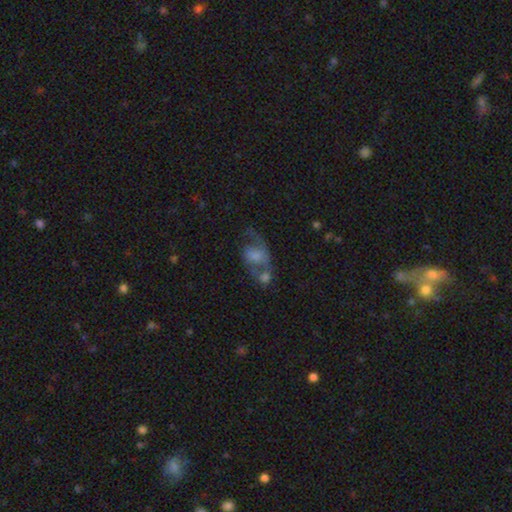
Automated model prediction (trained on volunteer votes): Smooth or featured? featured or disk (54%)
Edge-on disk? no (96%)
Bar? no (64%)
Spiral arms? yes (67%)
Bulge size? moderate (35%)
Merging? none (31%)